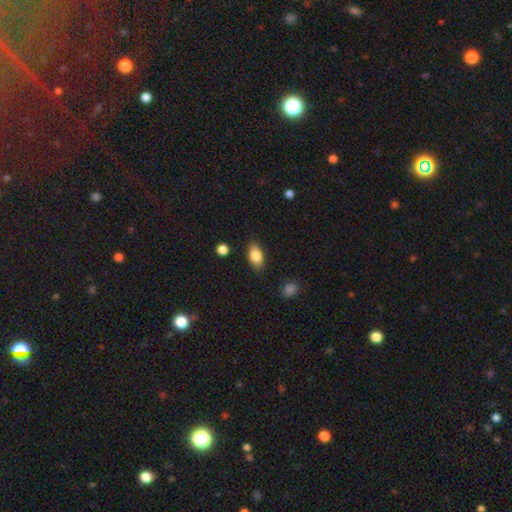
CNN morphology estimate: type=smooth (83%); roundness=in between (87%); merging=none (85%).